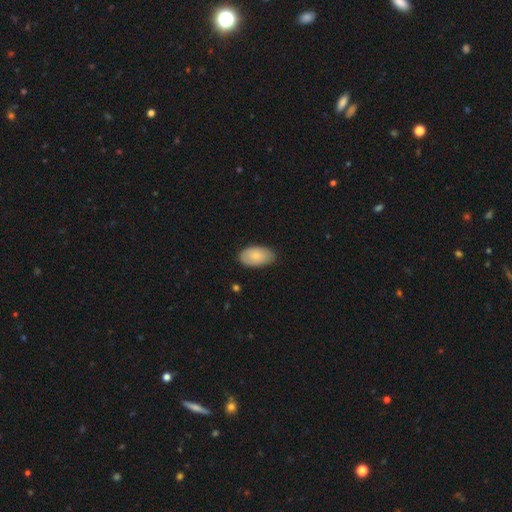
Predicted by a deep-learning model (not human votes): Smooth or featured? smooth (78%)
How rounded? in between (94%)
Merging? none (80%)